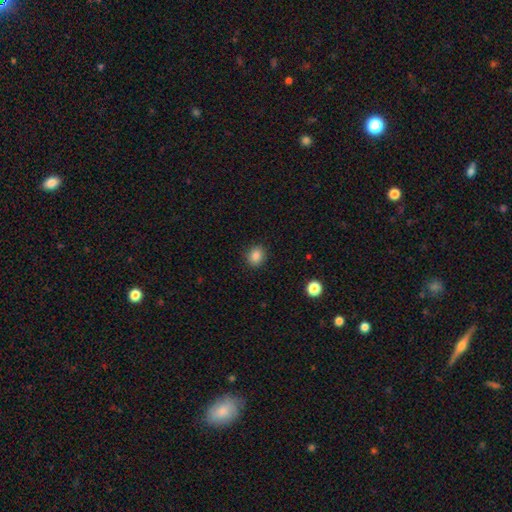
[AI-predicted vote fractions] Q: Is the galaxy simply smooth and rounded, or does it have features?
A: smooth — 86%.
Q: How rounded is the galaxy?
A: round — 66%.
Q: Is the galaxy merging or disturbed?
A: none — 89%.